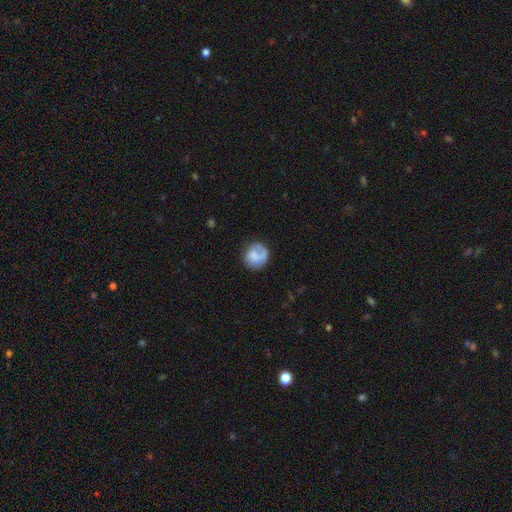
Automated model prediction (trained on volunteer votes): This appears to be a smooth galaxy with no disk features (62%) that is round (82%). Merging: none (58%).